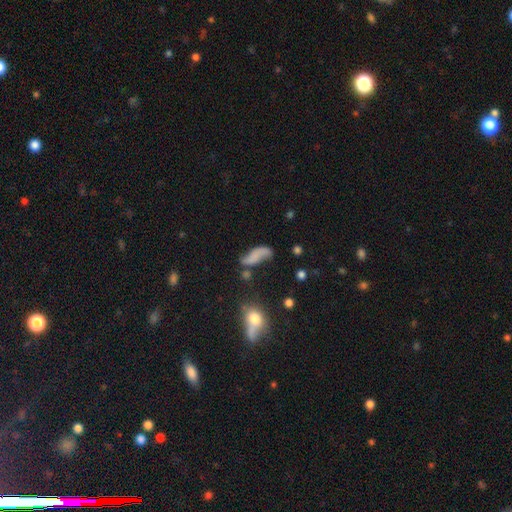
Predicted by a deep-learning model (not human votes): Overall: smooth (48%; featured or disk 41%). Merging: none (45%; minor disturbance 26%).